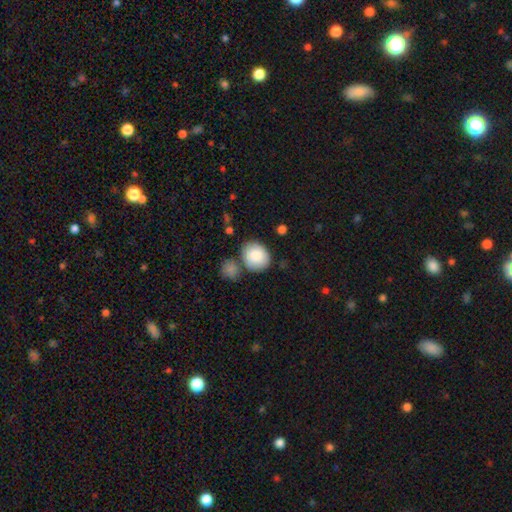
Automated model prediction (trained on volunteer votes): This appears to be a smooth galaxy with no disk features (87%) that is round (60%). Merging: none (63%).